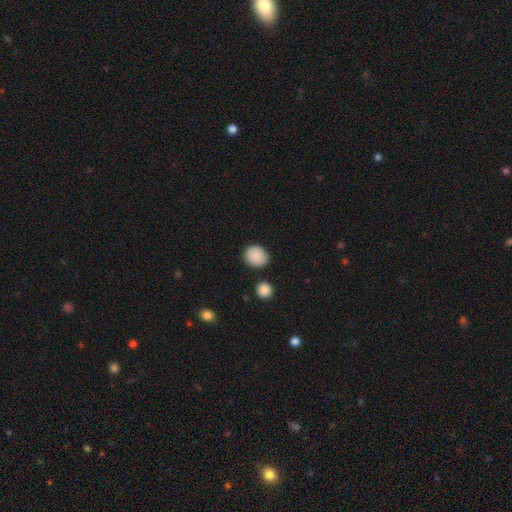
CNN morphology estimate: smooth_or_featured: smooth (p=0.89) [alt: star or artifact p=0.08]
how_rounded: round (p=0.80) [alt: in between p=0.19]
merging: none (p=0.82) [alt: minor disturbance p=0.12]